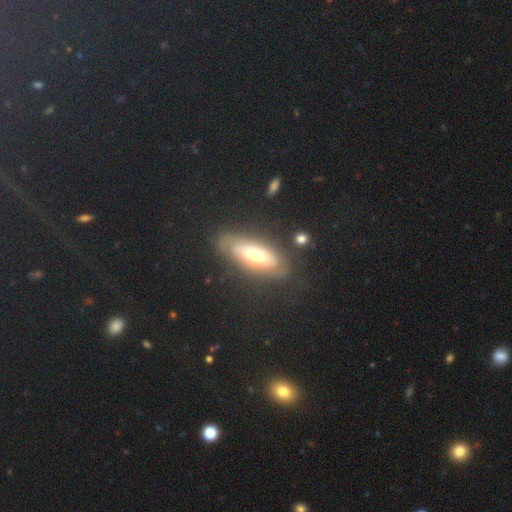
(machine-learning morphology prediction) Smooth or featured? featured or disk (50%)
Merging? none (76%)